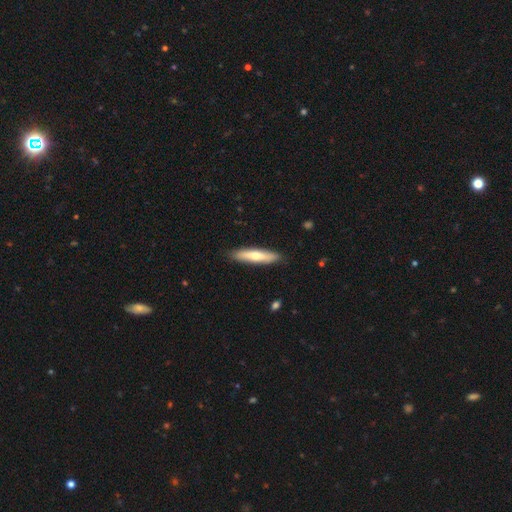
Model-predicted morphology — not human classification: Smooth or featured? Predicted: smooth (p=0.60). How rounded? Predicted: cigar-shaped (p=0.81). Merging? Predicted: none (p=0.88).